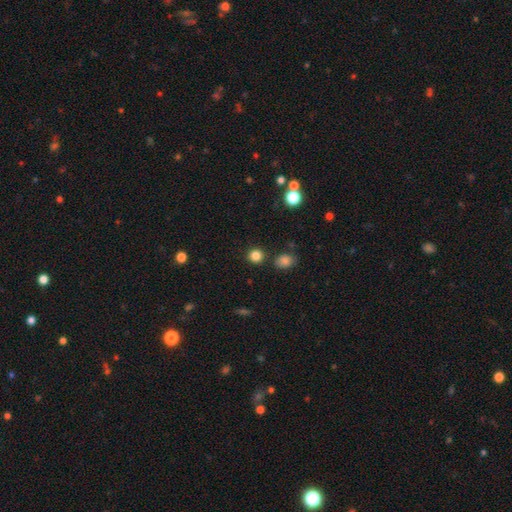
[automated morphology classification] smooth-or-featured: smooth: 83% | star or artifact: 13% | featured or disk: 4%
  how-rounded: round: 90% | in between: 9% | cigar-shaped: 1%
  merging: none: 85% | minor disturbance: 7% | merger: 5% | major disturbance: 2%